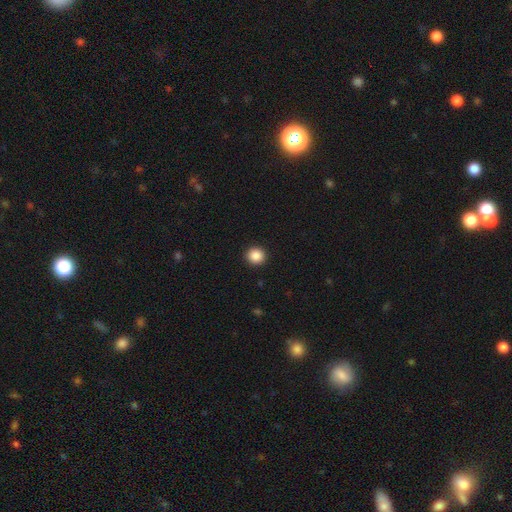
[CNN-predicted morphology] Smooth or featured? smooth (88%)
How rounded? round (92%)
Merging? none (93%)